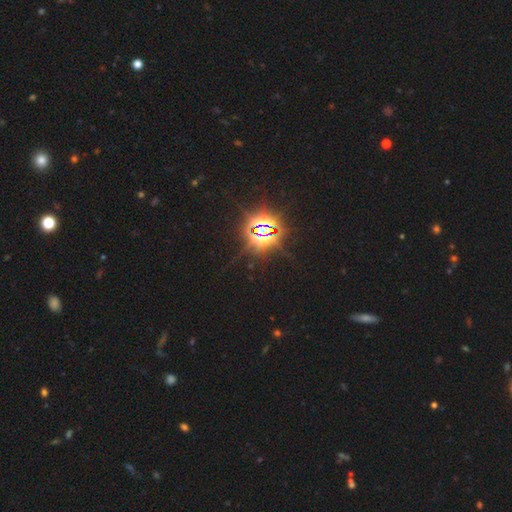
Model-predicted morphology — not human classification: This appears to be a star or artifact, not a galaxy (84%).